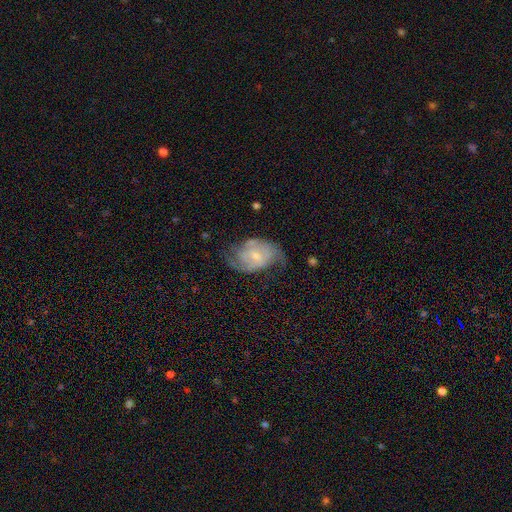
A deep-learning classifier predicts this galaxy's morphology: This is clearly a featured or disk galaxy (81%). It is clearly not viewed edge-on (97%). Bar: possibly weak (48%). Spiral arm pattern: clearly yes (93%). Spiral arm count: likely 2 (75%). Spiral winding: possibly medium (46%). Central bulge: likely small (61%). Merging: possibly none (59%).